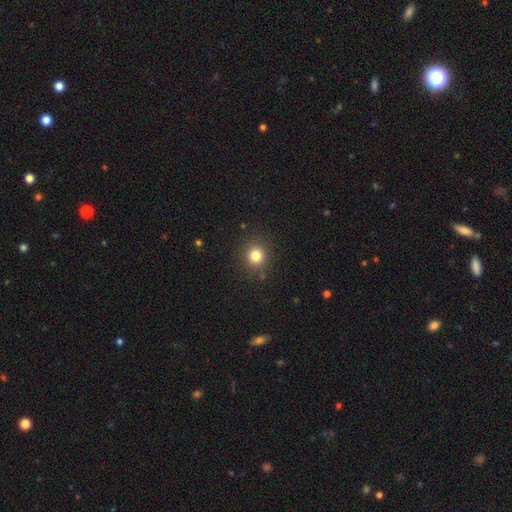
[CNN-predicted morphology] type=smooth (82%); roundness=round (89%); merging=none (88%).